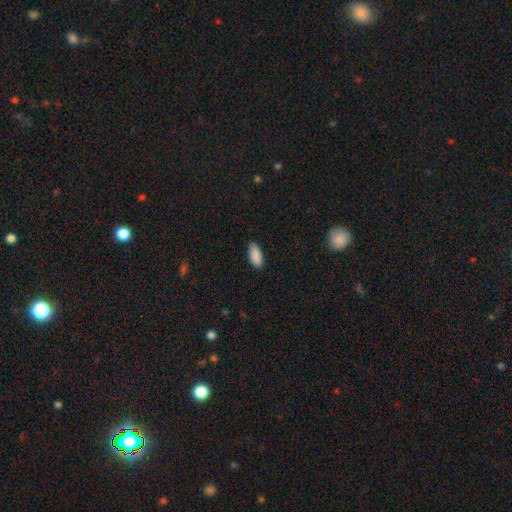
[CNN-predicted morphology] Smooth or featured? Predicted: smooth (p=0.90). How rounded? Predicted: in between (p=0.79). Merging? Predicted: none (p=0.86).